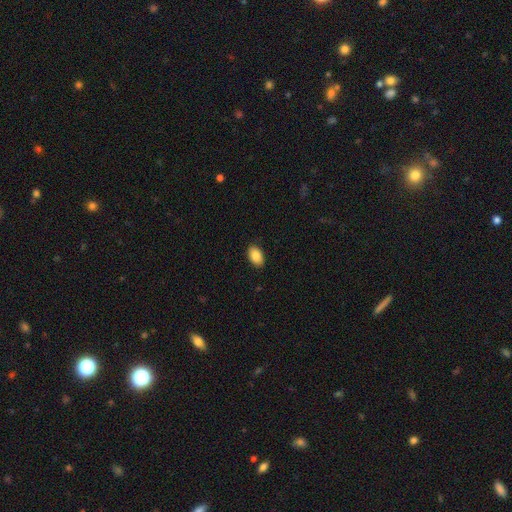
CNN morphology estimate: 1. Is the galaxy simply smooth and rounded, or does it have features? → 87% smooth, 7% star or artifact, 6% featured or disk.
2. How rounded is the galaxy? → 92% in between, 7% round, 1% cigar-shaped.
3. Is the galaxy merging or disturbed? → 89% none, 9% minor disturbance, 2% major disturbance, 1% merger.